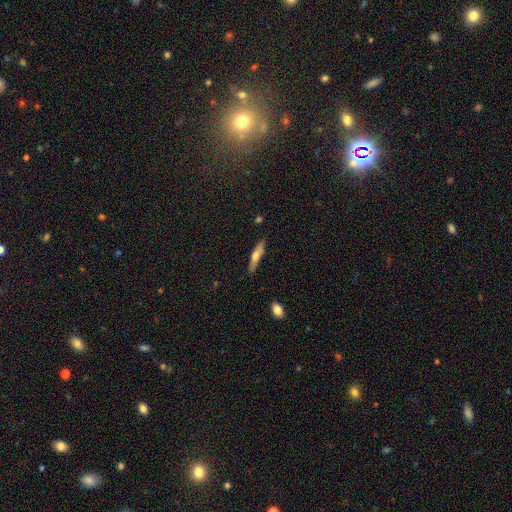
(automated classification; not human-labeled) Overall: featured or disk (47%; smooth 46%). Merging: none (86%).